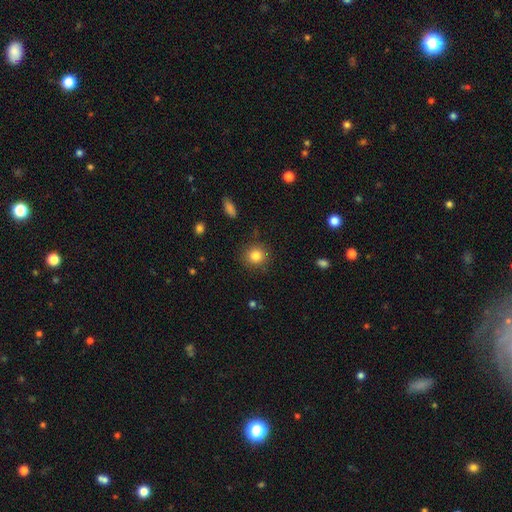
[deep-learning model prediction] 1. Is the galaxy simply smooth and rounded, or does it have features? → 84% smooth, 11% star or artifact, 6% featured or disk.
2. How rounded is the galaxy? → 87% round, 12% in between, 1% cigar-shaped.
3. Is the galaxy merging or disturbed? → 88% none, 8% minor disturbance, 3% major disturbance, 1% merger.